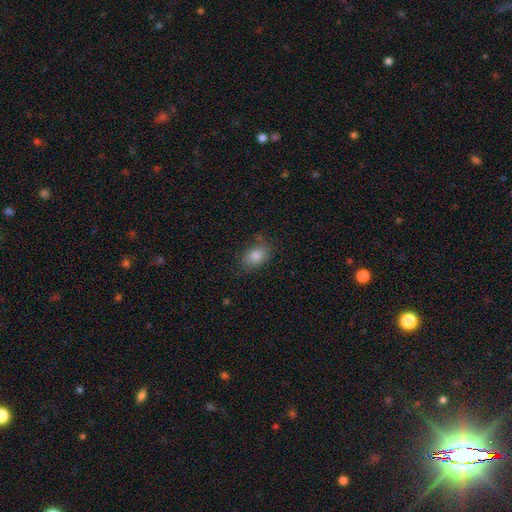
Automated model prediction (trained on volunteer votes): Smooth or featured: smooth — 83% (star or artifact — 10%)
How rounded: in between — 82% (round — 17%)
Merging: none — 77% (minor disturbance — 17%)